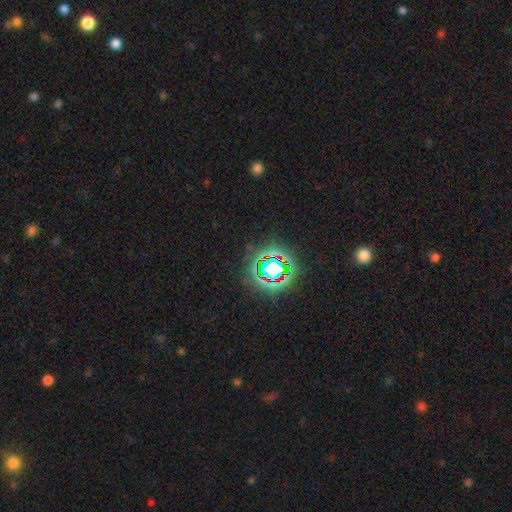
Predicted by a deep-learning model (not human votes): Morphology: type=star or artifact (79%).